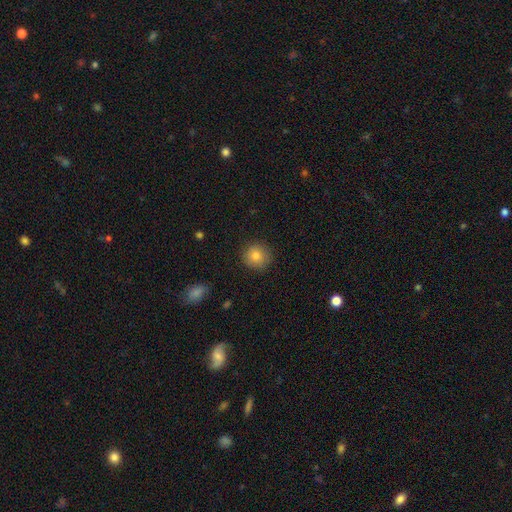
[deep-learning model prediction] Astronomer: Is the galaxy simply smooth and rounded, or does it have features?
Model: smooth — 82%.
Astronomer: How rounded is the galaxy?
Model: round — 93%.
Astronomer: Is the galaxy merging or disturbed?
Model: none — 88%.